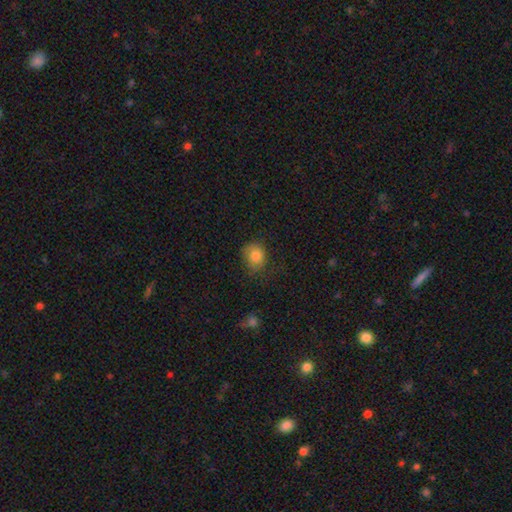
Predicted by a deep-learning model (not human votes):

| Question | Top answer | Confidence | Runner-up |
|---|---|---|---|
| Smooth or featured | smooth | 82% | star or artifact (10%) |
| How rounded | round | 67% | in between (32%) |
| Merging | none | 65% | minor disturbance (25%) |